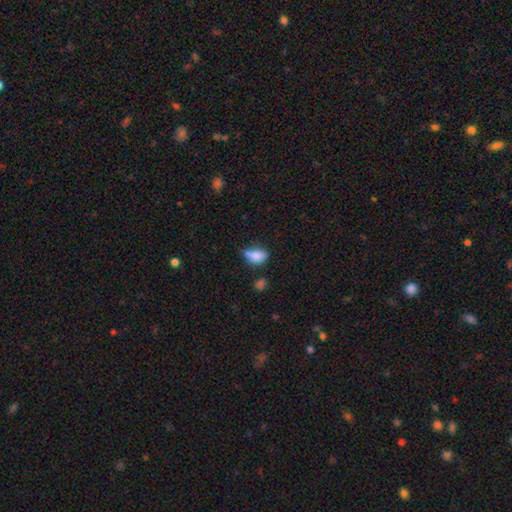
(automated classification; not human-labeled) The model was most divided on "merging": none: 42%, minor disturbance: 36%, major disturbance: 11%, merger: 11%. More confident: how rounded — in between (81%); smooth or featured — smooth (78%).